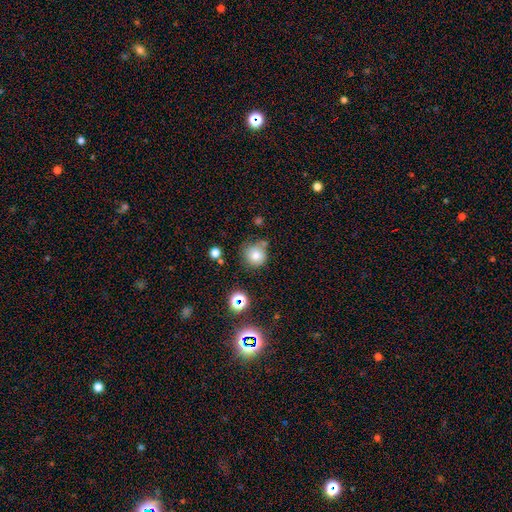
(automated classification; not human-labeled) Smooth or featured?
  - smooth: 75% *
  - star or artifact: 14%
  - featured or disk: 10%
How rounded?
  - round: 90% *
  - in between: 9%
  - cigar-shaped: 1%
Merging?
  - none: 65% *
  - minor disturbance: 20%
  - merger: 9%
  - major disturbance: 6%